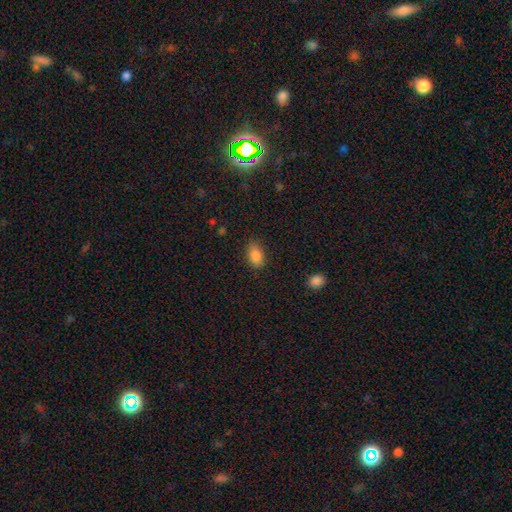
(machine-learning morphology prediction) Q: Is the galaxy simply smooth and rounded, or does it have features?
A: smooth — 85%.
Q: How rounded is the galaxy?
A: in between — 87%.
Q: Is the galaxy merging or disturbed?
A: none — 80%.